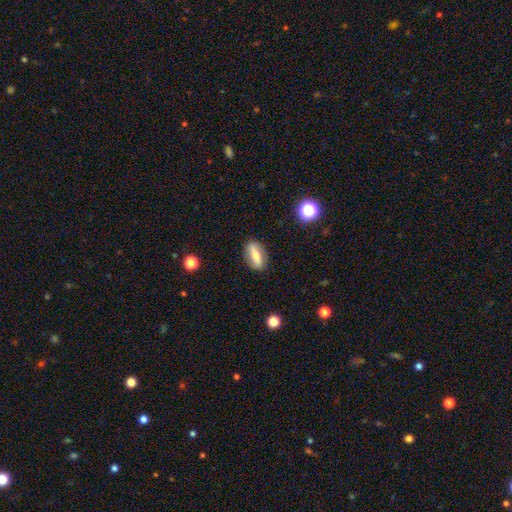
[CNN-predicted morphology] This is possibly a smooth galaxy (54%). How rounded: likely in between (68%). Merging: clearly none (84%).